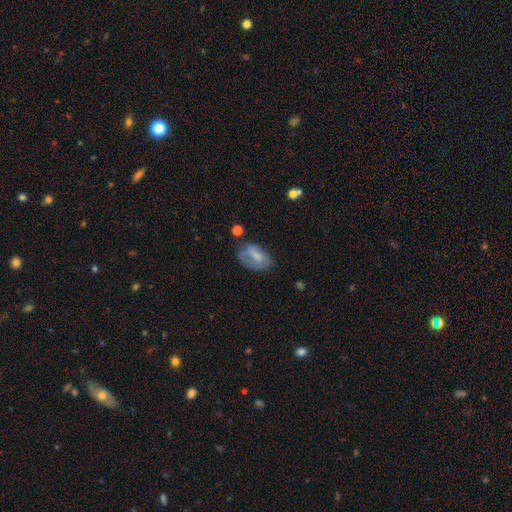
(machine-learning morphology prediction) type=smooth (61%); roundness=in between (88%); merging=none (47%).